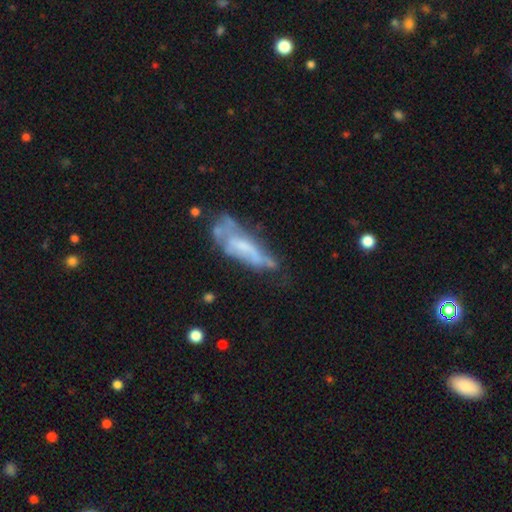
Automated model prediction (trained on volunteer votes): This appears to be a featured or disk galaxy (51%). Merging: major disturbance (29%, tied with none).